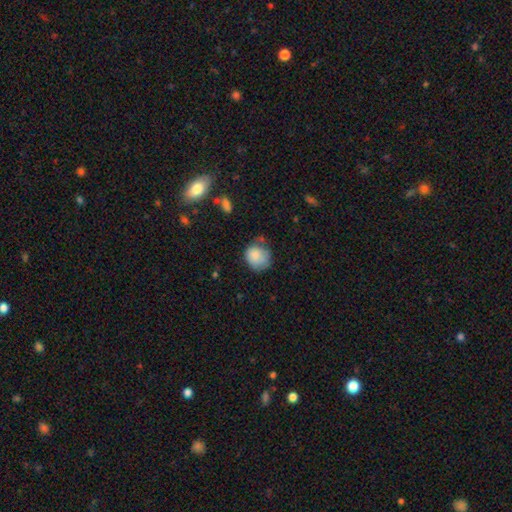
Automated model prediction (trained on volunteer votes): The model was most divided on "merging": none: 56%, minor disturbance: 30%, major disturbance: 9%, merger: 5%. More confident: smooth or featured — smooth (83%); how rounded — round (79%).